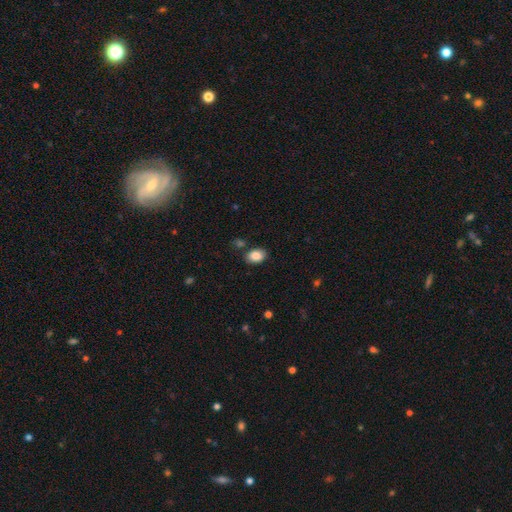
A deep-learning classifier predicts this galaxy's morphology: Q: Smooth or featured?
A: smooth (87%); runner-up: star or artifact (8%)
Q: How rounded?
A: in between (80%); runner-up: round (19%)
Q: Merging?
A: none (82%); runner-up: minor disturbance (11%)